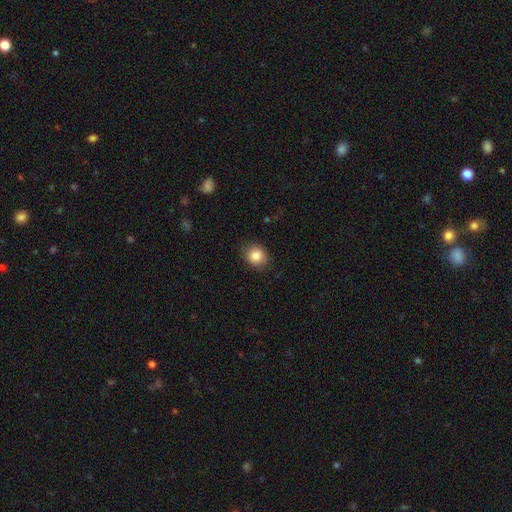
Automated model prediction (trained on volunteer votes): smooth 85%, star or artifact 9%, featured or disk 6%. Down the decision tree: how rounded — round (71%); merging — none (85%).